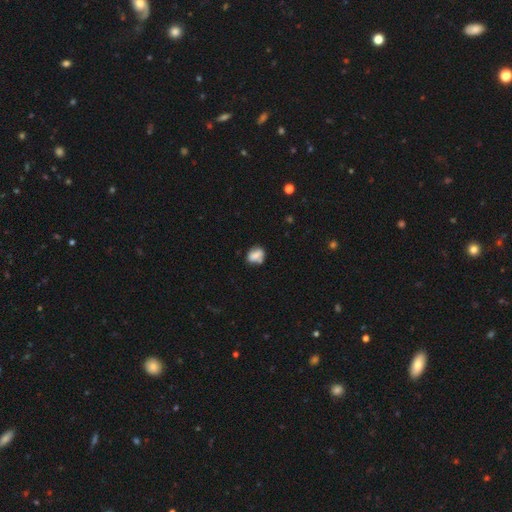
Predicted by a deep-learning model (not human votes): Smooth or featured? Predicted: smooth (p=0.71). How rounded? Predicted: in between (p=0.58). Merging? Predicted: none (p=0.53).